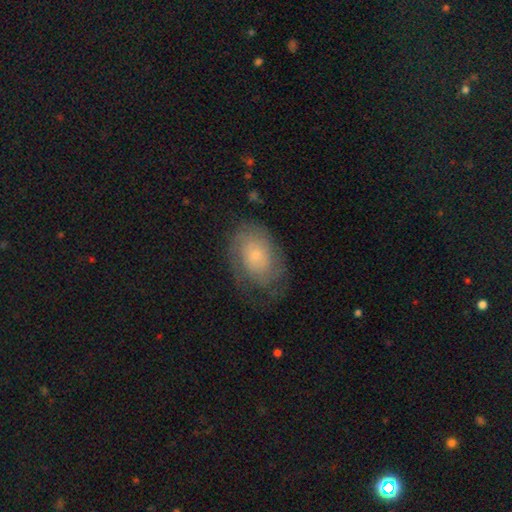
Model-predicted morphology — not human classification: Q: Smooth or featured?
A: featured or disk (54%); runner-up: smooth (39%)
Q: Edge-on disk?
A: no (96%); runner-up: yes (4%)
Q: Bar?
A: no (84%); runner-up: weak (14%)
Q: Spiral arms?
A: yes (77%); runner-up: no (23%)
Q: Bulge size?
A: small (73%); runner-up: moderate (20%)
Q: Merging?
A: none (61%); runner-up: minor disturbance (23%)